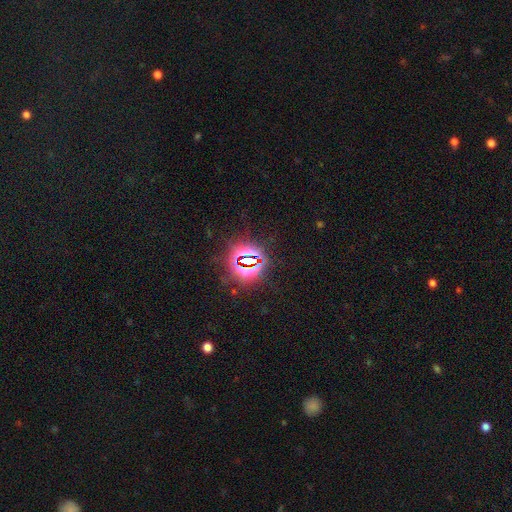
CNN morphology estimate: This appears to be a star or artifact, not a galaxy (82%).